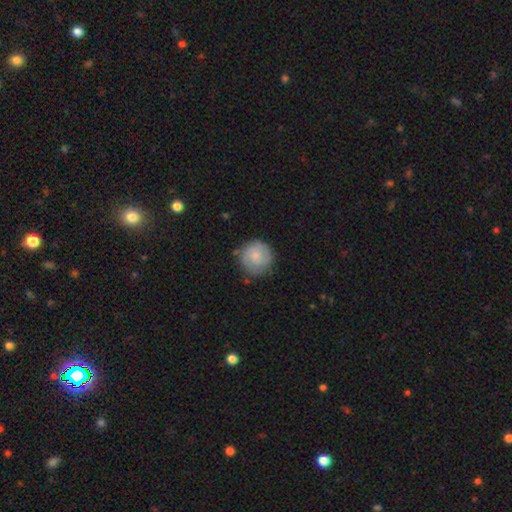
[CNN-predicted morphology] smooth_or_featured: smooth (p=0.54) [alt: featured or disk p=0.39]
how_rounded: round (p=0.93) [alt: in between p=0.06]
merging: none (p=0.77) [alt: minor disturbance p=0.17]